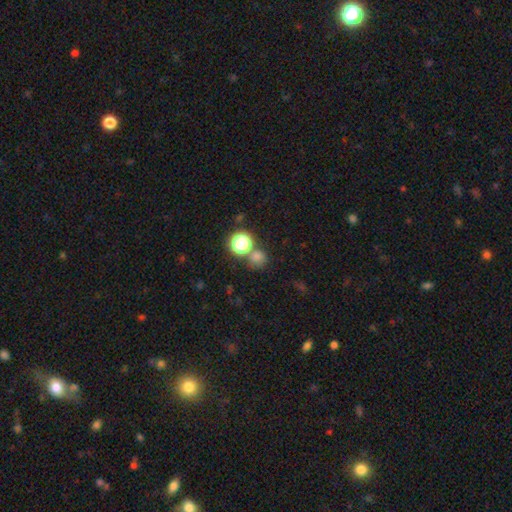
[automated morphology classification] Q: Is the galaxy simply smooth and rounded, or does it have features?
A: smooth — 57%.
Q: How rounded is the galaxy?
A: round — 86%.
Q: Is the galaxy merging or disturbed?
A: none — 70%.